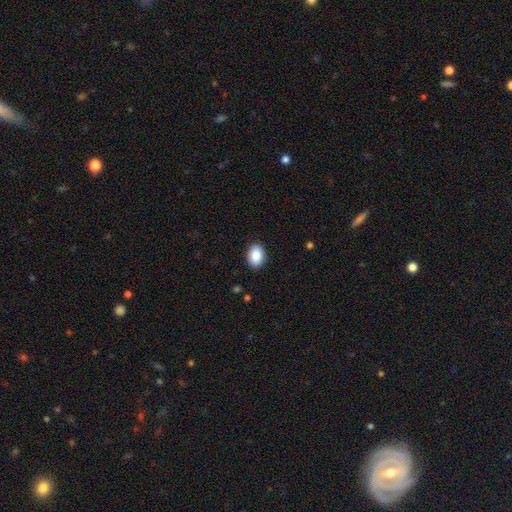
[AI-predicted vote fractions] Smooth or featured? smooth (88%)
How rounded? in between (80%)
Merging? none (90%)